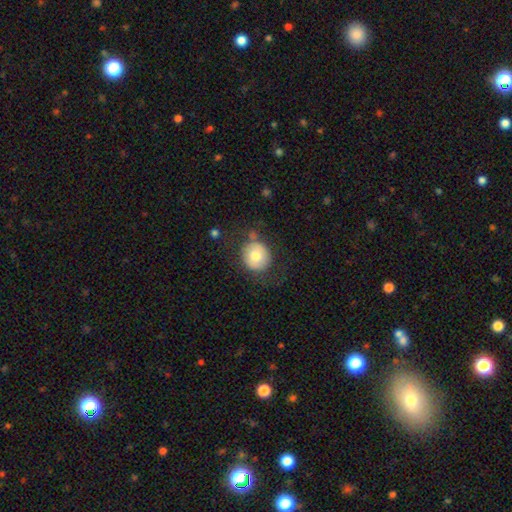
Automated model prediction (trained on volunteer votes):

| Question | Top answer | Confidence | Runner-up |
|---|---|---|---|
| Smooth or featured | smooth | 73% | featured or disk (19%) |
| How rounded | round | 87% | in between (13%) |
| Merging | none | 70% | minor disturbance (18%) |